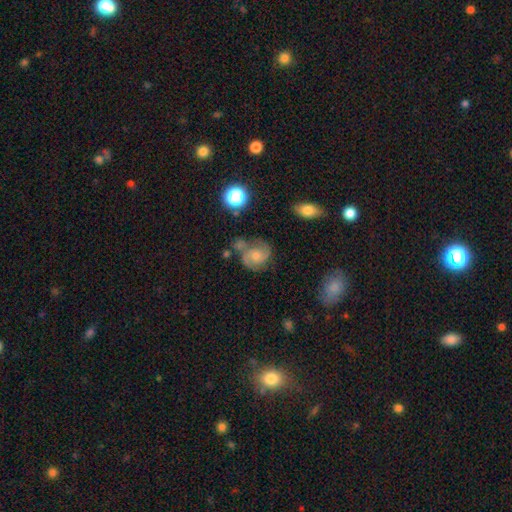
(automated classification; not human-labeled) smooth_or_featured: featured or disk (p=0.73) [alt: smooth p=0.18]
disk_edge_on: no (p=0.98) [alt: yes p=0.02]
bar: no (p=0.68) [alt: weak p=0.28]
has_spiral_arms: yes (p=0.94) [alt: no p=0.06]
spiral_winding: medium (p=0.51) [alt: tight p=0.34]
spiral_arm_count: 2 (p=0.82) [alt: can't tell p=0.07]
bulge_size: moderate (p=0.45) [alt: small p=0.42]
merging: none (p=0.53) [alt: minor disturbance p=0.21]